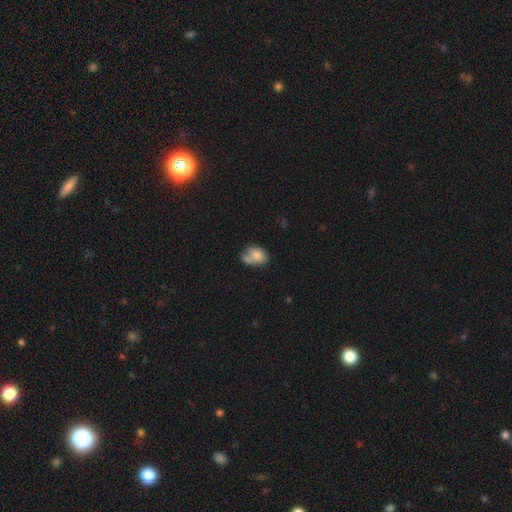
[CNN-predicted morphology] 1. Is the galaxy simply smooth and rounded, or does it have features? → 73% smooth, 18% featured or disk, 9% star or artifact.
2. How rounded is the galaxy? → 79% in between, 20% round, 1% cigar-shaped.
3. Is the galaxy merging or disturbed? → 33% merger, 31% none, 22% minor disturbance, 14% major disturbance.